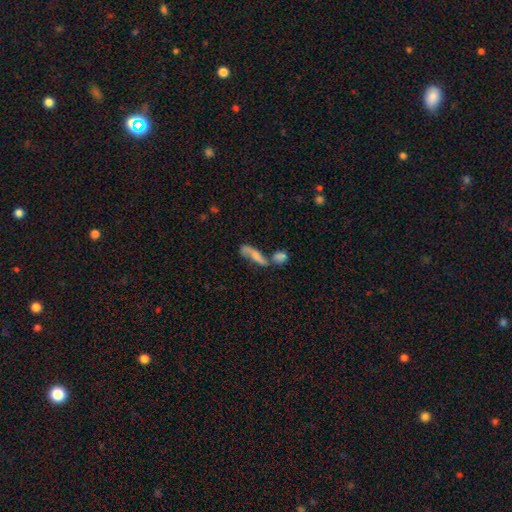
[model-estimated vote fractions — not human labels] Smooth or featured? Predicted: featured or disk (p=0.46). Merging? Predicted: merger (p=0.45).